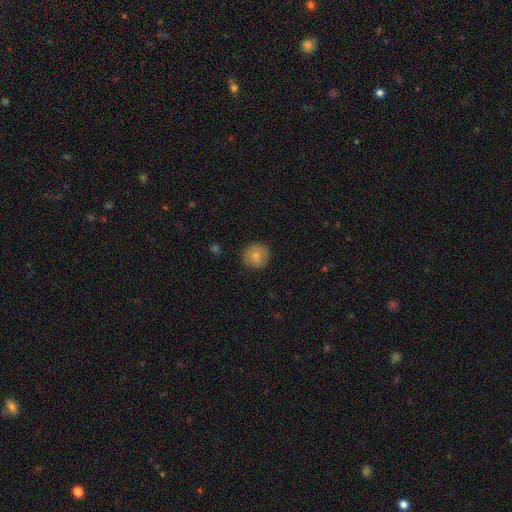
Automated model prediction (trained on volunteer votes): The model was most divided on "smooth or featured": smooth: 81%, featured or disk: 10%, star or artifact: 9%. More confident: how rounded — round (91%); merging — none (85%).